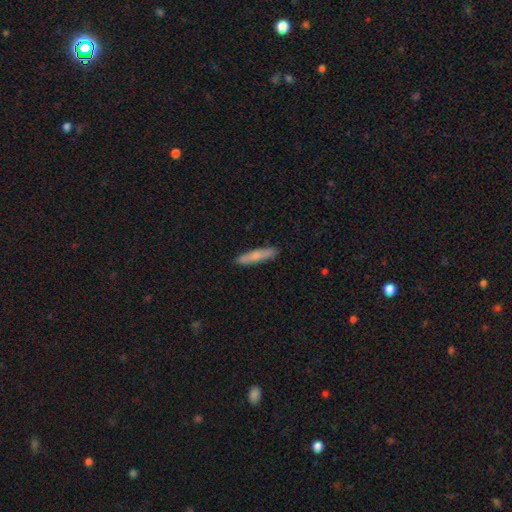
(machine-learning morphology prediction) Smooth or featured? smooth (71%)
How rounded? cigar-shaped (90%)
Merging? none (89%)